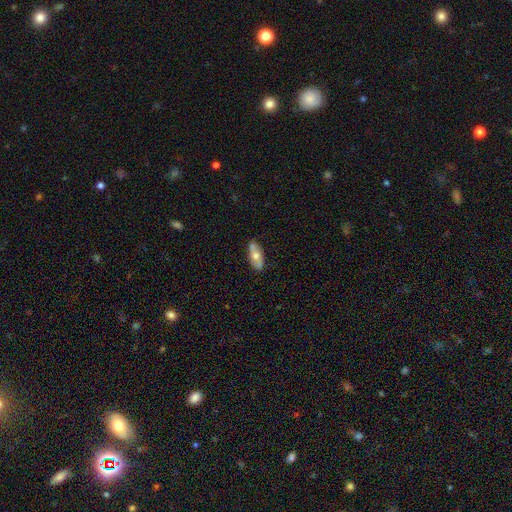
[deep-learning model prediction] smooth_or_featured: smooth (p=0.51) [alt: featured or disk p=0.43]
how_rounded: in between (p=0.81) [alt: cigar-shaped p=0.16]
merging: none (p=0.80) [alt: minor disturbance p=0.15]